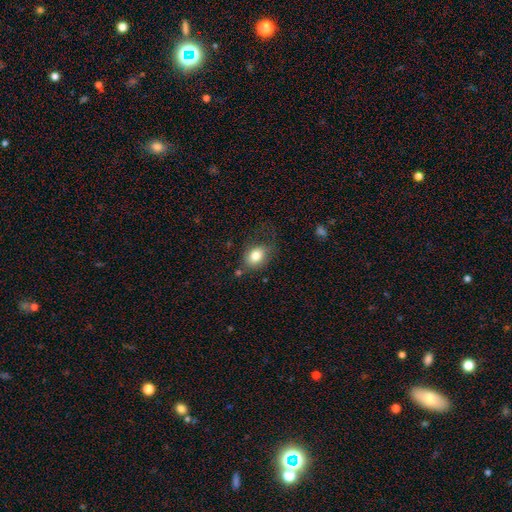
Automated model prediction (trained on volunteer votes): Smooth or featured?
  - smooth: 79% *
  - featured or disk: 12%
  - star or artifact: 9%
How rounded?
  - in between: 63% *
  - round: 36%
  - cigar-shaped: 1%
Merging?
  - none: 57% *
  - minor disturbance: 25%
  - major disturbance: 14%
  - merger: 4%